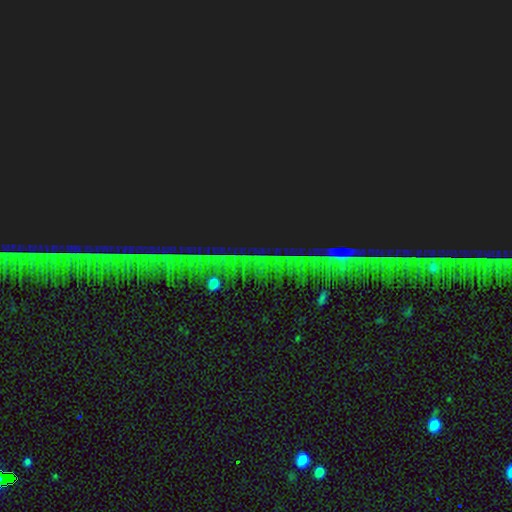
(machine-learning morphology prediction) Smooth or featured? Predicted: star or artifact (p=0.84).